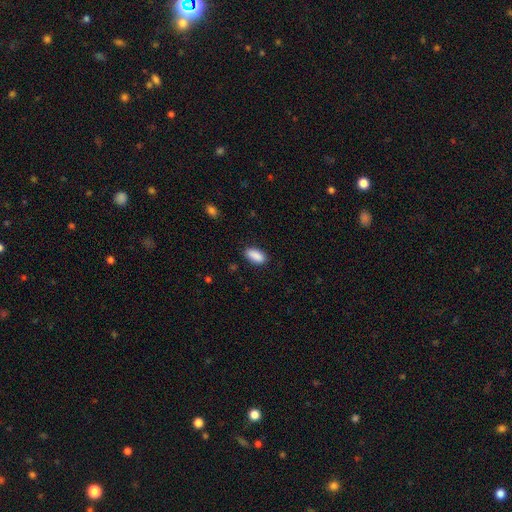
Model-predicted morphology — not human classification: smooth_or_featured: smooth (p=0.90) [alt: star or artifact p=0.07]
how_rounded: in between (p=0.91) [alt: cigar-shaped p=0.06]
merging: none (p=0.85) [alt: minor disturbance p=0.11]